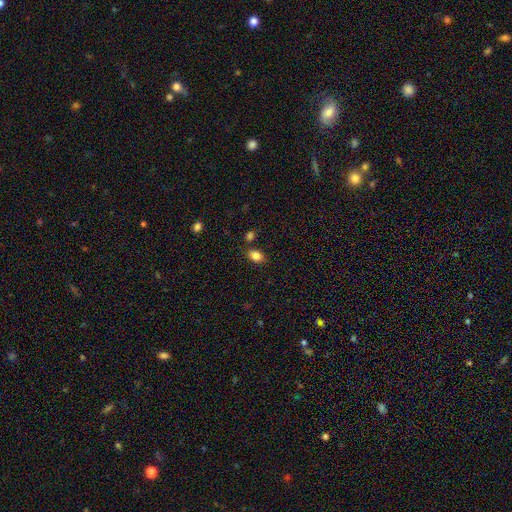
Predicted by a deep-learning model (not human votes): Morphology: type=smooth (84%); roundness=in between (83%); merging=none (79%).